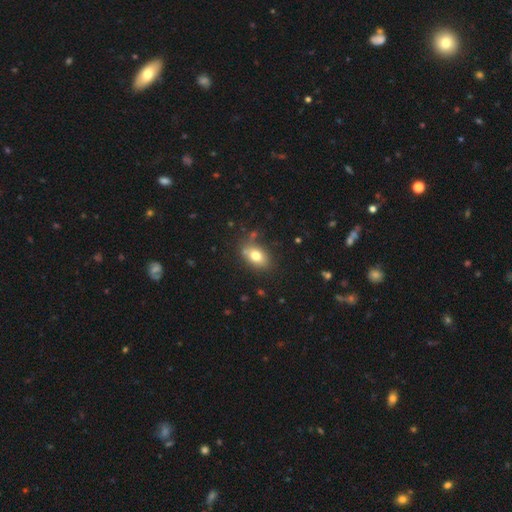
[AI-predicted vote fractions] Smooth or featured? smooth (77%)
How rounded? in between (80%)
Merging? none (73%)